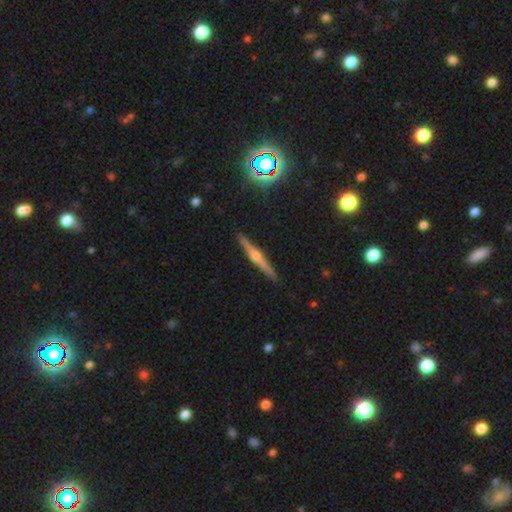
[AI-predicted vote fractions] Q: Smooth or featured?
A: featured or disk (77%); runner-up: smooth (14%)
Q: Edge-on disk?
A: yes (98%); runner-up: no (2%)
Q: Edge-on bulge?
A: rounded (93%); runner-up: none (4%)
Q: Merging?
A: none (92%); runner-up: minor disturbance (6%)